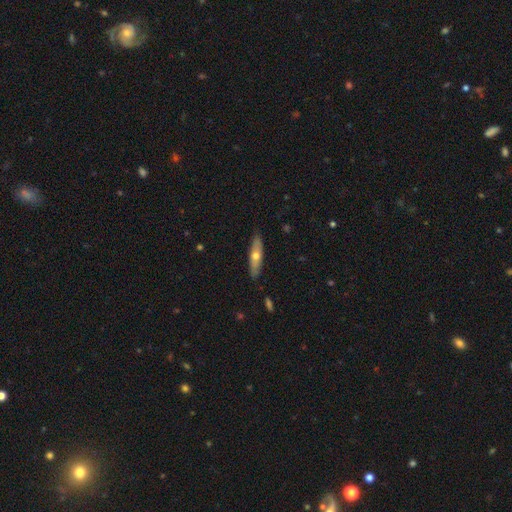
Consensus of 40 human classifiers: smooth 55%, featured or disk 40%, star or artifact 5%. Down the decision tree: how rounded — cigar-shaped (82%); merging — none (89%).